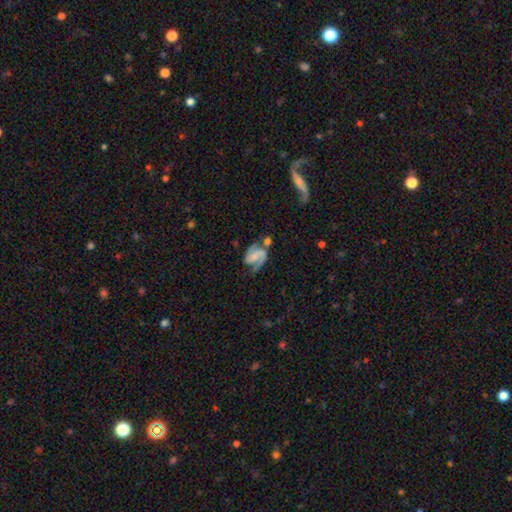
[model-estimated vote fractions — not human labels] A featured or disk galaxy (81%) with a weak bar (39%), 2 (83%) medium (49%) spiral arms (95%) and no central bulge (49%).

Vote fractions:
- Smooth or featured? featured or disk: 81% / smooth: 12% / star or artifact: 7%
- Edge-on disk? no: 98% / yes: 2%
- Bar? weak: 39% / no: 38% / strong: 23%
- Spiral arms? yes: 95% / no: 5%
- Spiral winding? medium: 49% / loose: 29% / tight: 22%
- Spiral arm count? 2: 83% / 1: 10% / can't tell: 3% / 3: 1% / 4: 1% / more than 4: 1%
- Bulge size? none: 49% / small: 29% / moderate: 15% / large: 5% / dominant: 2%
- Merging? none: 46% / minor disturbance: 21% / major disturbance: 17% / merger: 17%